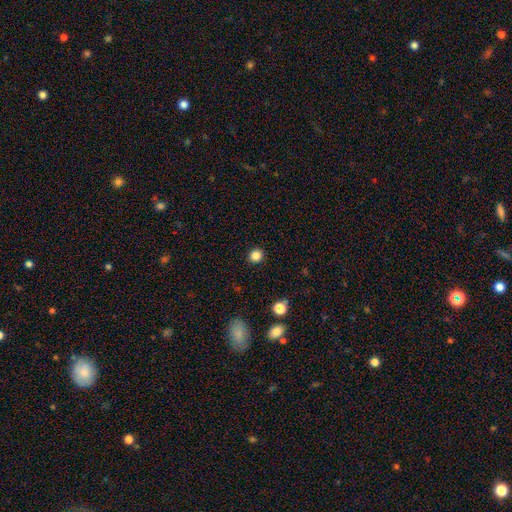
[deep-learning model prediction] Smooth or featured? smooth (84%)
How rounded? round (88%)
Merging? none (92%)